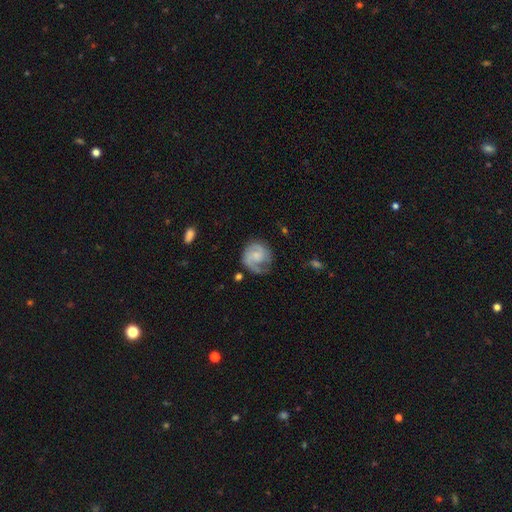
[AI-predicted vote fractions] A featured or disk galaxy (68%) with no bar (63%), 2 (51%) tight (41%, tied with medium) spiral arms (91%) and a small central bulge (43%).

Vote fractions:
- Smooth or featured? featured or disk: 68% / smooth: 26% / star or artifact: 6%
- Edge-on disk? no: 98% / yes: 2%
- Bar? no: 63% / weak: 32% / strong: 5%
- Spiral arms? yes: 91% / no: 9%
- Spiral winding? tight: 41% (tied) / medium: 41% (tied) / loose: 18%
- Spiral arm count? 2: 51% / 1: 29% / can't tell: 12% / 3: 5% / 4: 1% / more than 4: 1%
- Bulge size? small: 43% / moderate: 32% / none: 19% / large: 5% / dominant: 1%
- Merging? none: 59% / minor disturbance: 23% / major disturbance: 16% / merger: 2%